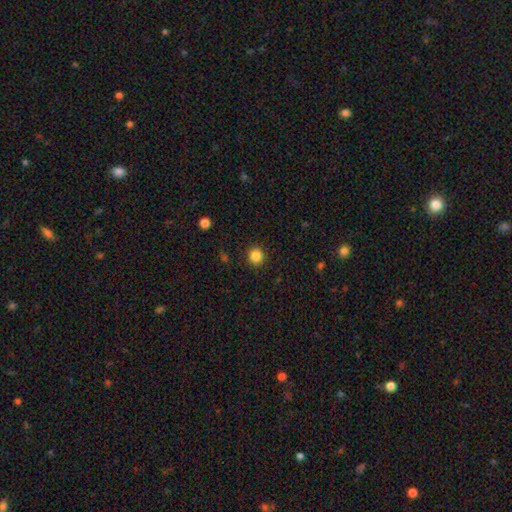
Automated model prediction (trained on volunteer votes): Q: Smooth or featured?
A: smooth (85%); runner-up: star or artifact (12%)
Q: How rounded?
A: round (92%); runner-up: in between (7%)
Q: Merging?
A: none (91%); runner-up: minor disturbance (5%)